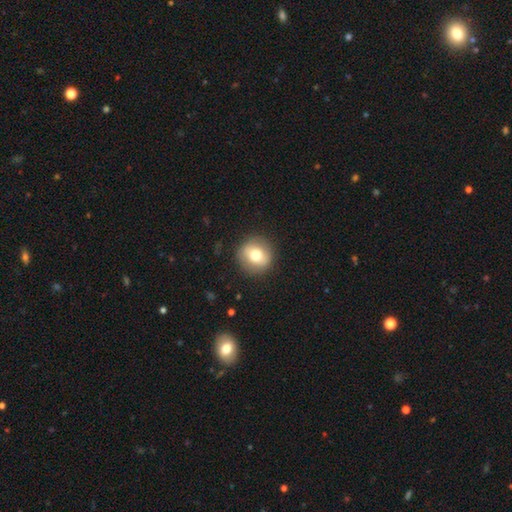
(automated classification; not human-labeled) Smooth or featured: smooth — 70% (featured or disk — 21%)
How rounded: round — 89% (in between — 10%)
Merging: none — 88% (minor disturbance — 8%)